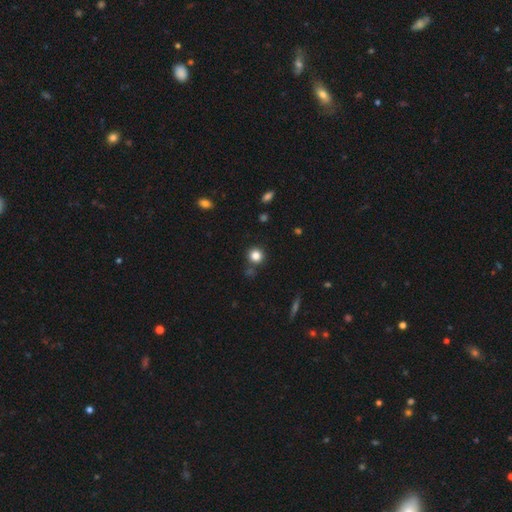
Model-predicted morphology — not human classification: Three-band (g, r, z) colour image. It shows a smooth galaxy with no disk features (82%) that is round (91%). Merging: none (82%).